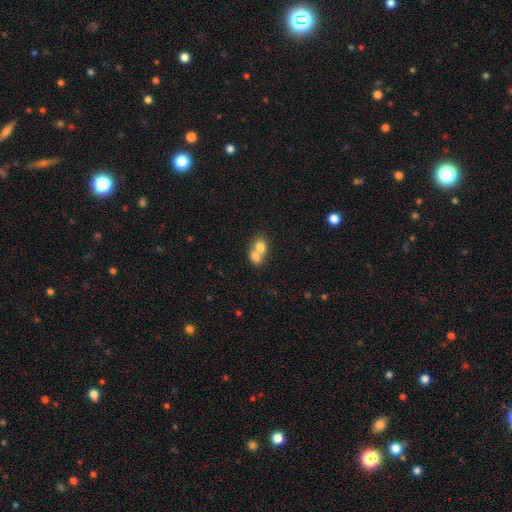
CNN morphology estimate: Overall: smooth (74%). How rounded: in between (57%; round 42%). Merging: merger (72%).